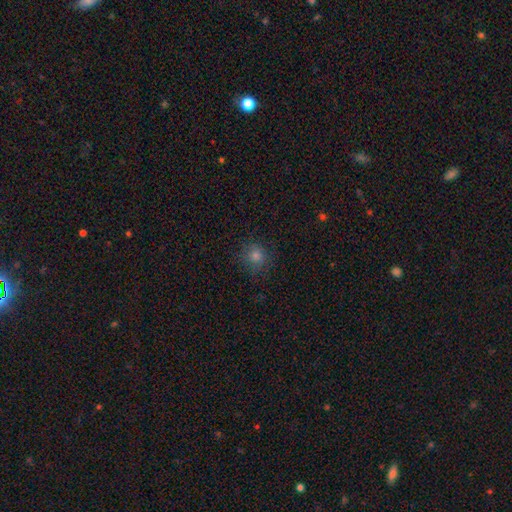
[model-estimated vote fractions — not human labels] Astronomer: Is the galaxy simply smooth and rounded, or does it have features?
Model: smooth — 75%.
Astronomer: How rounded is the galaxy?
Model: round — 90%.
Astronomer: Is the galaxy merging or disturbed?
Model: none — 84%.